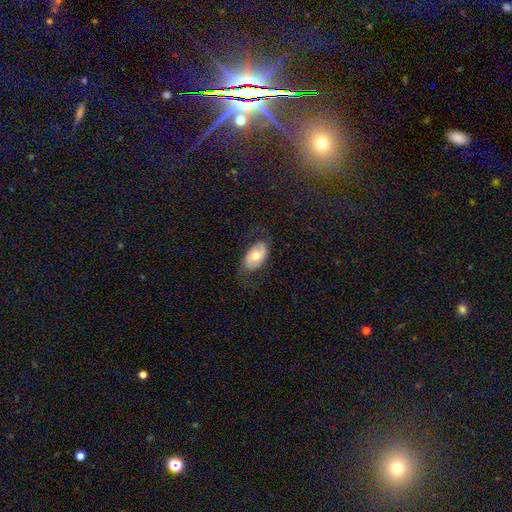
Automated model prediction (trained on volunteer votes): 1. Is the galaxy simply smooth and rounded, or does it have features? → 54% smooth, 40% featured or disk, 6% star or artifact.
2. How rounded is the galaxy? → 92% in between, 6% round, 1% cigar-shaped.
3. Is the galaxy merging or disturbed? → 70% none, 20% minor disturbance, 9% major disturbance, 1% merger.